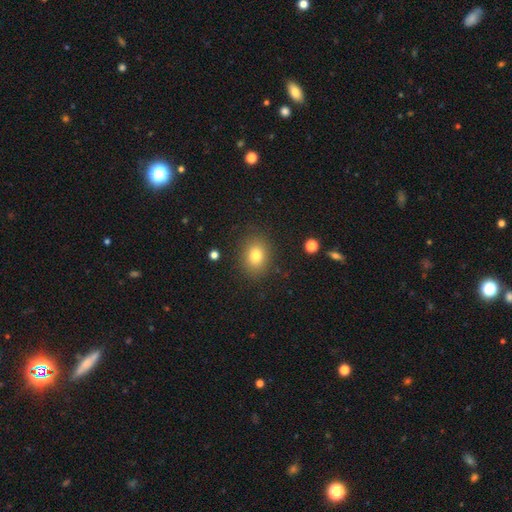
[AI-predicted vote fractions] This is likely a smooth galaxy (79%). How rounded: possibly in between (53%). Merging: clearly none (86%).